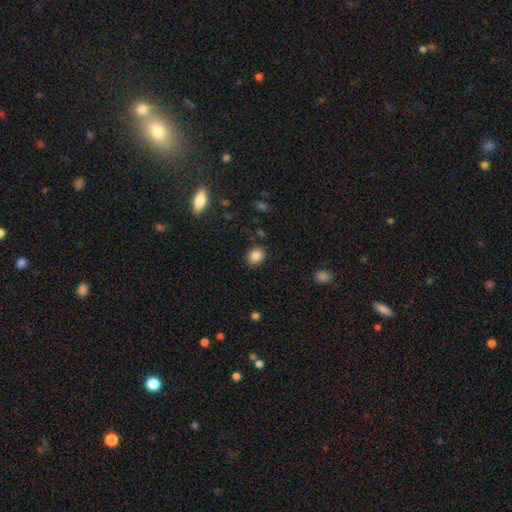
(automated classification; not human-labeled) Overall: smooth (86%). How rounded: round (59%; in between 40%). Merging: none (87%).